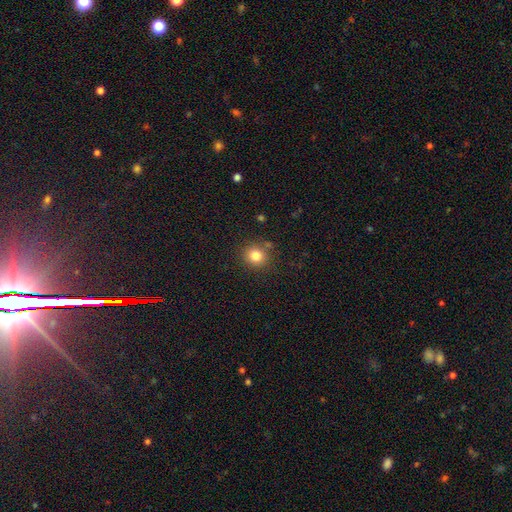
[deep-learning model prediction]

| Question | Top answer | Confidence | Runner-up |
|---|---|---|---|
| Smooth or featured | smooth | 82% | star or artifact (12%) |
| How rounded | round | 87% | in between (12%) |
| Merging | none | 83% | minor disturbance (10%) |